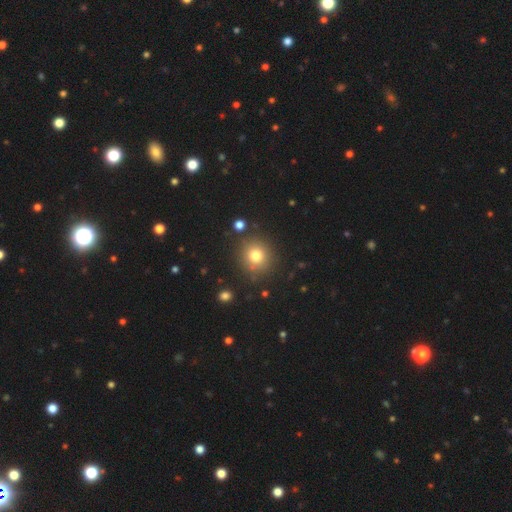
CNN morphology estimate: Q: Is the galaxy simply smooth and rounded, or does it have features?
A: smooth — 78%.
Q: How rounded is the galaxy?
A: round — 89%.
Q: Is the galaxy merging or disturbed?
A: none — 85%.